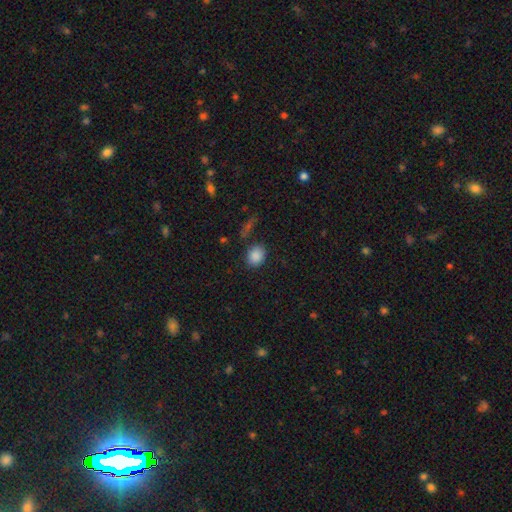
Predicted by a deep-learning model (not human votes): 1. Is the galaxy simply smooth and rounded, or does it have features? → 86% smooth, 10% star or artifact, 4% featured or disk.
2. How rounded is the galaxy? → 57% round, 42% in between, 1% cigar-shaped.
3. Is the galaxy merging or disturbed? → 79% none, 13% minor disturbance, 4% merger, 4% major disturbance.